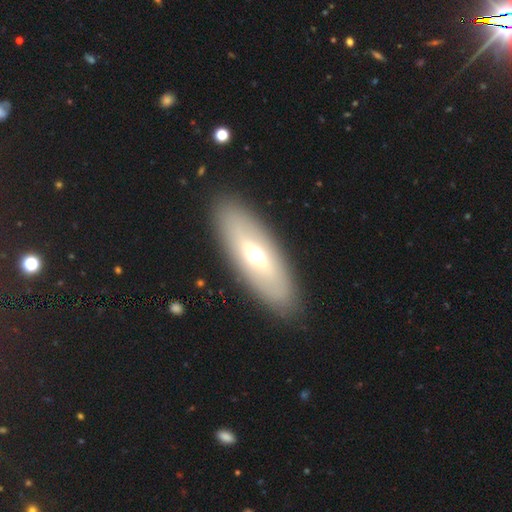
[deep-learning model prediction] smooth_or_featured: smooth (p=0.51) [alt: featured or disk p=0.41]
how_rounded: in between (p=0.71) [alt: cigar-shaped p=0.25]
merging: none (p=0.87) [alt: minor disturbance p=0.08]